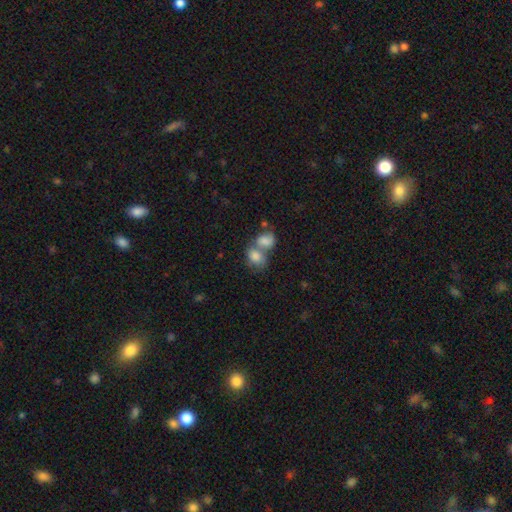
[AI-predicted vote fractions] Smooth or featured? smooth (78%)
How rounded? in between (70%)
Merging? merger (67%)